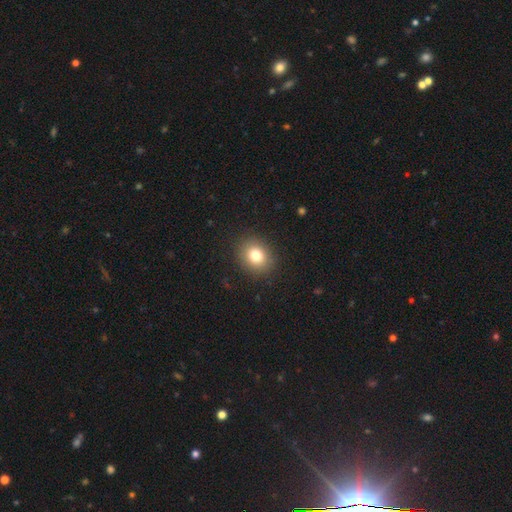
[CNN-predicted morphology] Smooth or featured? Predicted: smooth (p=0.80). How rounded? Predicted: round (p=0.65). Merging? Predicted: none (p=0.89).